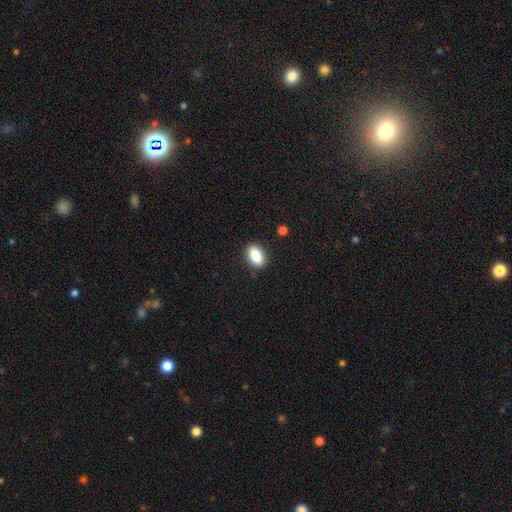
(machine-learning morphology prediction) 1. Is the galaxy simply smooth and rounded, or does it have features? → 87% smooth, 8% star or artifact, 5% featured or disk.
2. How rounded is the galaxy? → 88% in between, 9% round, 3% cigar-shaped.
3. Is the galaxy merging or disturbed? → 88% none, 8% minor disturbance, 2% major disturbance, 1% merger.